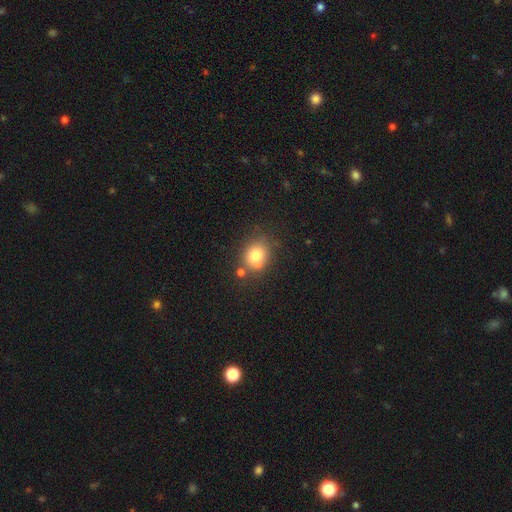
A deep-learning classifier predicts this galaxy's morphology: type=smooth (79%); roundness=round (67%); merging=none (66%).